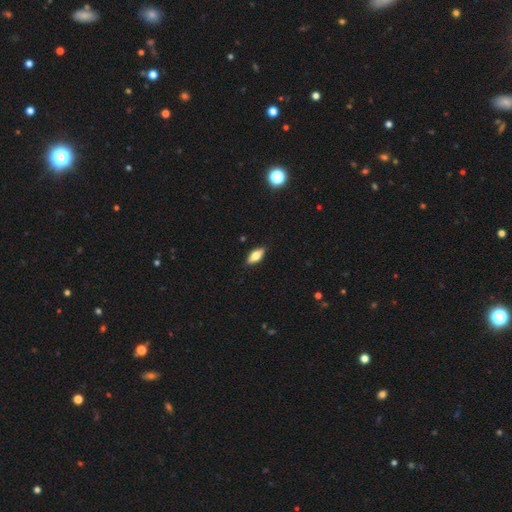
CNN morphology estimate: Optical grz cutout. It shows a smooth galaxy with no disk features (59%) that is in between round and cigar-shaped (76%). Merging: none (88%).